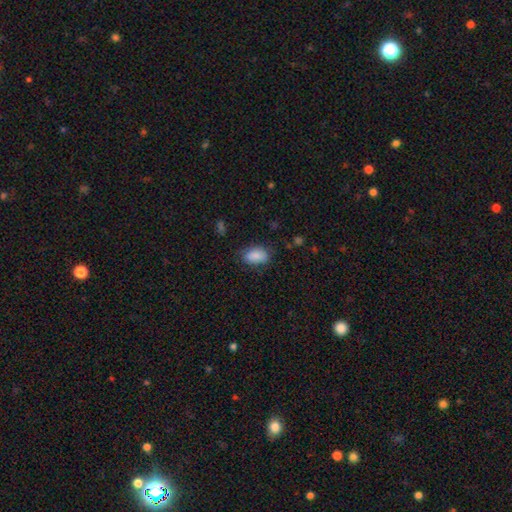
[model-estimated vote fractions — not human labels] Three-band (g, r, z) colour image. It shows a smooth galaxy with no disk features (87%) that is in between round and cigar-shaped (90%). Merging: none (72%).